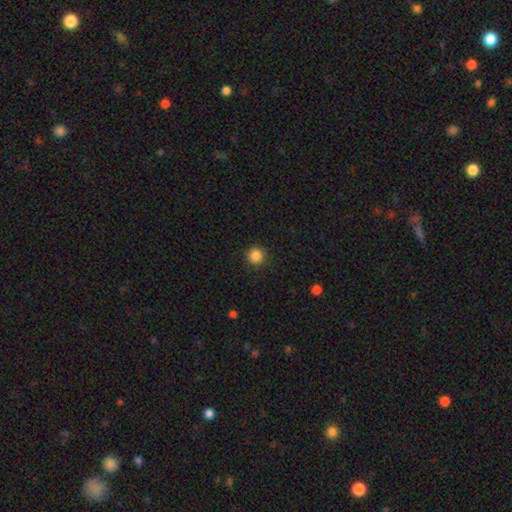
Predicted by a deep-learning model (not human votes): smooth-or-featured: smooth: 86% | star or artifact: 11% | featured or disk: 3%
  how-rounded: round: 95% | in between: 4% | cigar-shaped: 1%
  merging: none: 91% | minor disturbance: 6% | major disturbance: 2% | merger: 1%